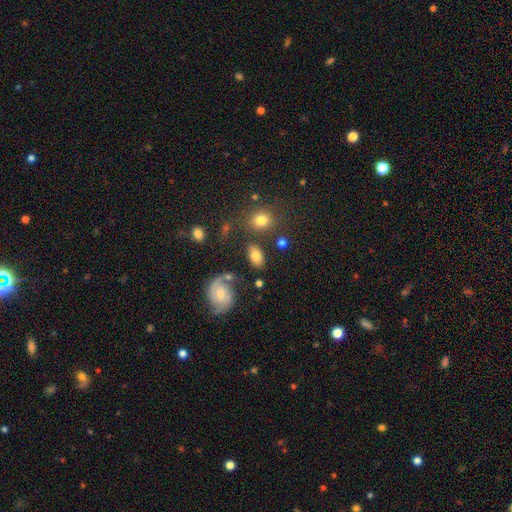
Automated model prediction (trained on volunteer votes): Smooth or featured? Predicted: smooth (p=0.73). How rounded? Predicted: in between (p=0.87). Merging? Predicted: none (p=0.74).